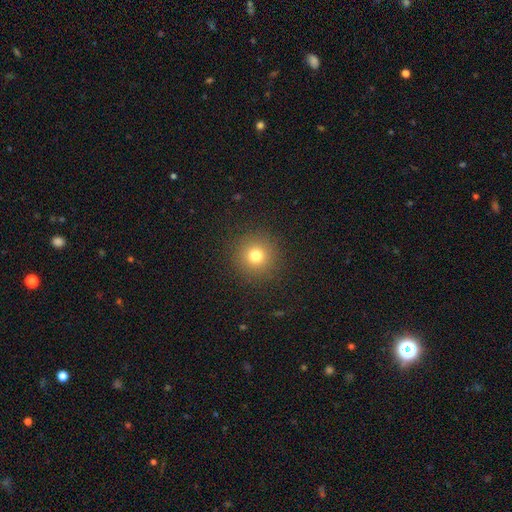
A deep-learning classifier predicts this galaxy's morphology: Overall: smooth (76%). How rounded: round (95%). Merging: none (90%).